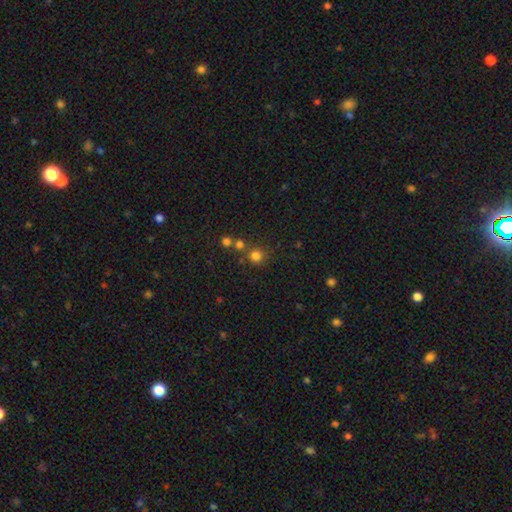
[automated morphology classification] type=smooth (77%); roundness=round (91%); merging=none (71%).